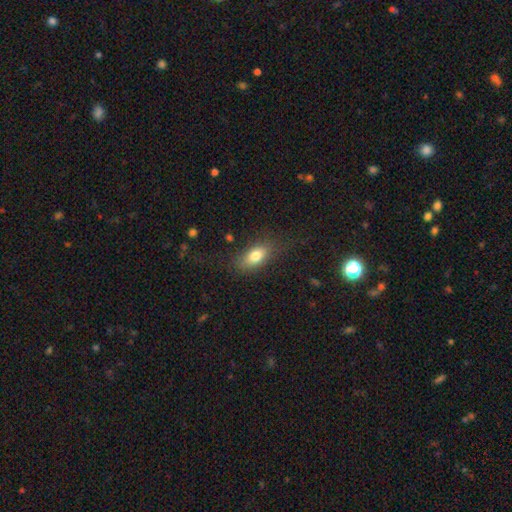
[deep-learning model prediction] smooth-or-featured: smooth: 78% | featured or disk: 13% | star or artifact: 9%
  how-rounded: in between: 84% | cigar-shaped: 8% | round: 8%
  merging: none: 76% | minor disturbance: 16% | major disturbance: 7% | merger: 1%